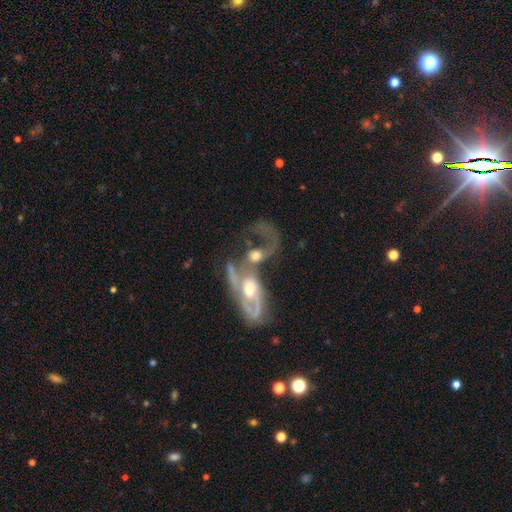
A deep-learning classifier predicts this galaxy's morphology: smooth_or_featured: featured or disk (p=0.68) [alt: smooth p=0.24]
disk_edge_on: no (p=0.94) [alt: yes p=0.06]
bar: no (p=0.69) [alt: weak p=0.24]
has_spiral_arms: yes (p=0.78) [alt: no p=0.22]
bulge_size: moderate (p=0.62) [alt: small p=0.19]
merging: merger (p=0.74) [alt: major disturbance p=0.11]